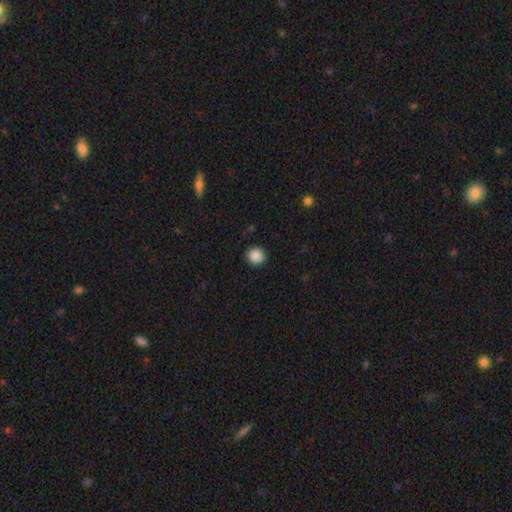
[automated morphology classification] A smooth galaxy with no disk features (88%) that is round (91%).

Vote fractions:
- Smooth or featured? smooth: 88% / star or artifact: 9% / featured or disk: 3%
- How rounded? round: 91% / in between: 8% / cigar-shaped: 1%
- Merging? none: 91% / minor disturbance: 6% / major disturbance: 2% / merger: 1%